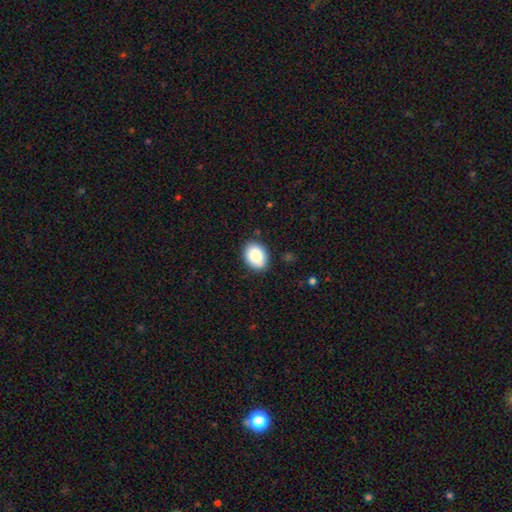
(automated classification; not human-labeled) The model was most divided on "how rounded": in between: 71%, round: 28%, cigar-shaped: 1%. More confident: smooth or featured — smooth (87%); merging — none (83%).